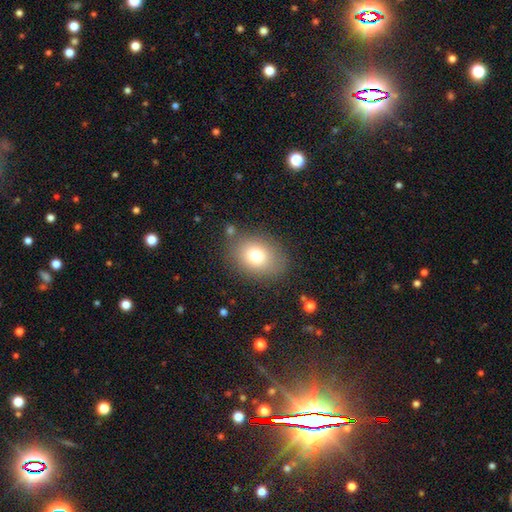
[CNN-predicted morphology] smooth-or-featured: smooth: 77% | featured or disk: 12% | star or artifact: 11%
  how-rounded: in between: 57% | round: 42% | cigar-shaped: 1%
  merging: none: 80% | minor disturbance: 12% | major disturbance: 5% | merger: 4%